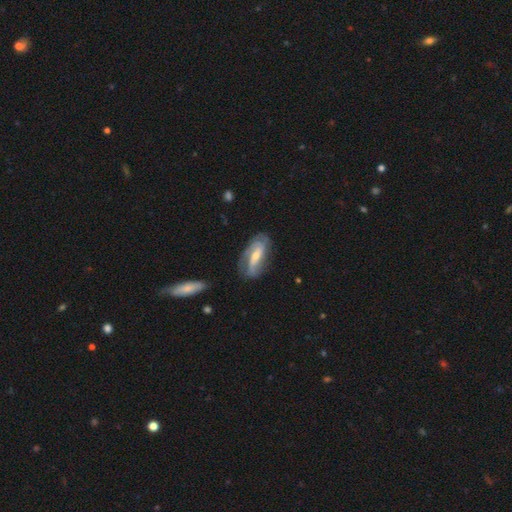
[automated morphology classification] A featured or disk galaxy (71%) with a weak bar (37%), 2 (61%) tight (39%, tied with medium) spiral arms (87%) and a moderate central bulge (47%).

Vote fractions:
- Smooth or featured? featured or disk: 71% / smooth: 23% / star or artifact: 6%
- Edge-on disk? no: 90% / yes: 10%
- Bar? weak: 37% / strong: 32% / no: 31%
- Spiral arms? yes: 87% / no: 13%
- Spiral winding? tight: 39% (tied) / medium: 39% (tied) / loose: 23%
- Spiral arm count? 2: 61% / can't tell: 22% / 3: 7% / 1: 7% / 4: 2% / more than 4: 2%
- Bulge size? moderate: 47% / small: 46% / large: 4% / none: 2% / dominant: 1%
- Merging? none: 68% / minor disturbance: 21% / major disturbance: 9% / merger: 2%